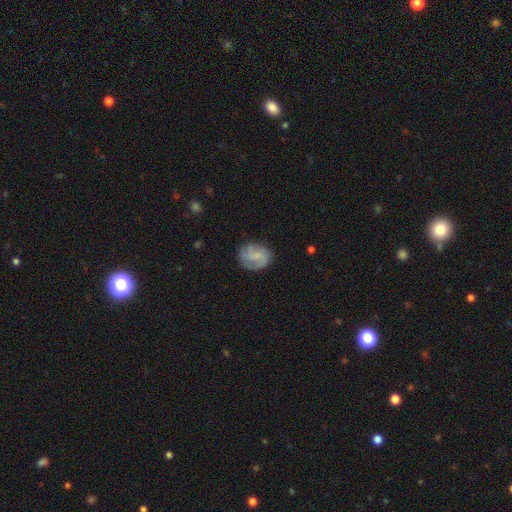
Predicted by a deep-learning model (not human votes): This appears to be a featured or disk galaxy (55%) with no bar (54%), spiral arms (88%) and a small central bulge (50%). Merging: none (74%).